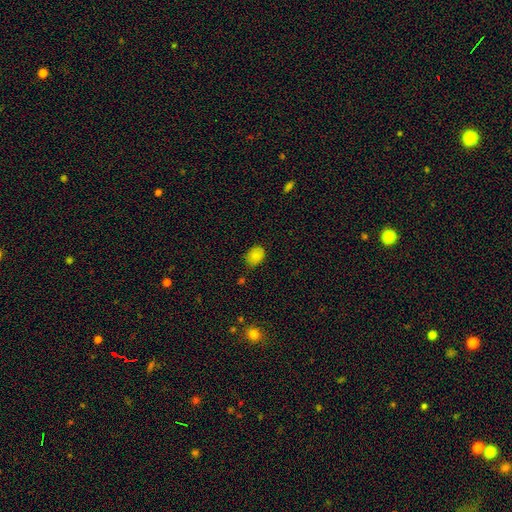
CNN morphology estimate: Q: Smooth or featured?
A: smooth (80%); runner-up: star or artifact (10%)
Q: How rounded?
A: in between (62%); runner-up: round (37%)
Q: Merging?
A: none (71%); runner-up: minor disturbance (23%)